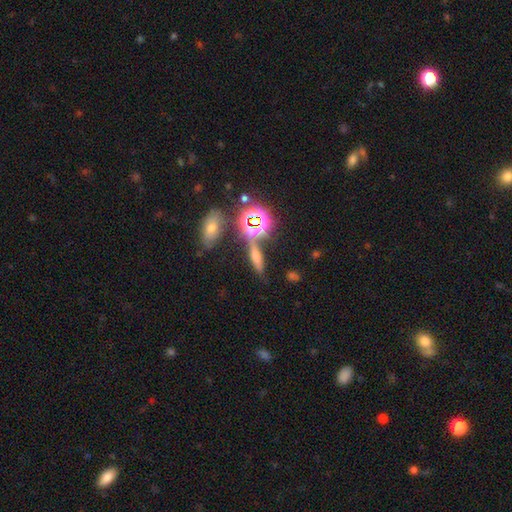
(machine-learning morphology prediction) smooth 47%, star or artifact 29%, featured or disk 24%. Down the decision tree: merging — none (67%).